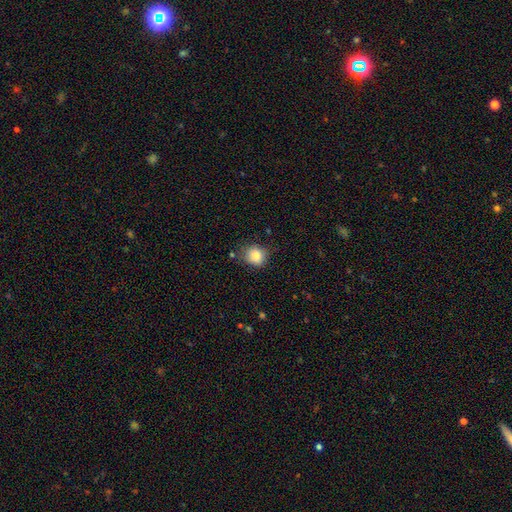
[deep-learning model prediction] This appears to be a smooth galaxy with no disk features (84%) that is round (80%). Merging: none (74%).